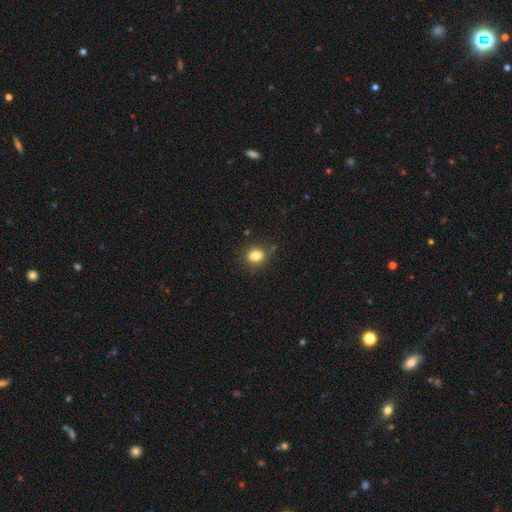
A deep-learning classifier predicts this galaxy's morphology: type=smooth (82%); roundness=round (51%); merging=none (78%).